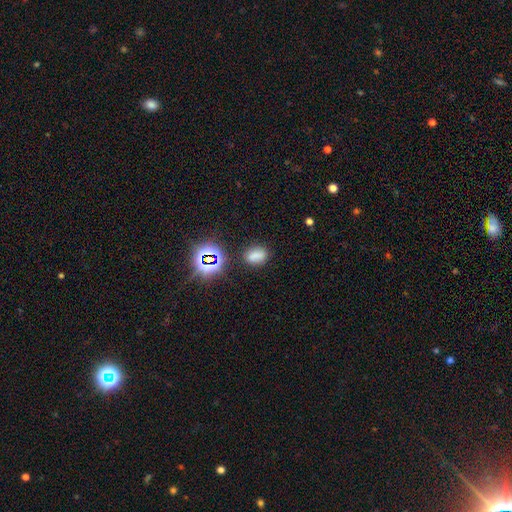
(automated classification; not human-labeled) Overall: smooth (68%). How rounded: in between (73%). Merging: none (76%).